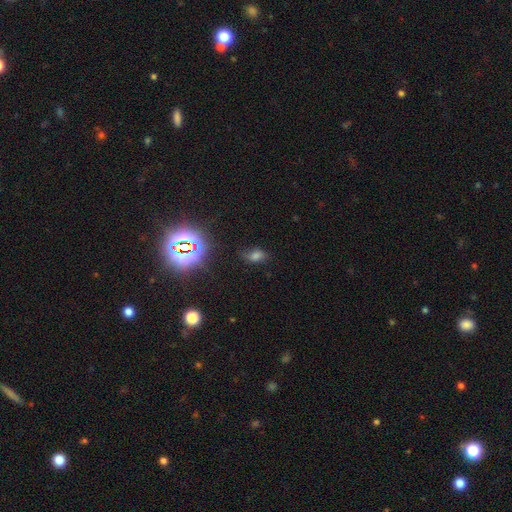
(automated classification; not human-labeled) The model was most divided on "smooth or featured": smooth: 57%, star or artifact: 29%, featured or disk: 14%. More confident: how rounded — in between (80%); merging — none (61%).